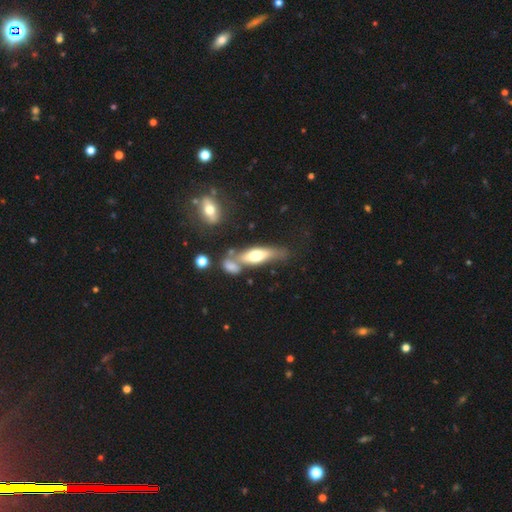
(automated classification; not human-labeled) Smooth or featured: smooth — 54% (featured or disk — 39%)
How rounded: in between — 49% (cigar-shaped — 48%)
Merging: none — 40% (merger — 31%)